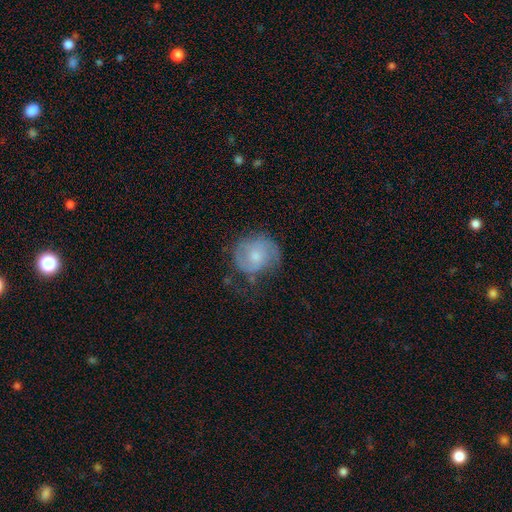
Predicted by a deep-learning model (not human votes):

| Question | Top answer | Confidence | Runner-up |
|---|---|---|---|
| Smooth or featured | featured or disk | 48% | smooth (45%) |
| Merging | none | 52% | minor disturbance (28%) |